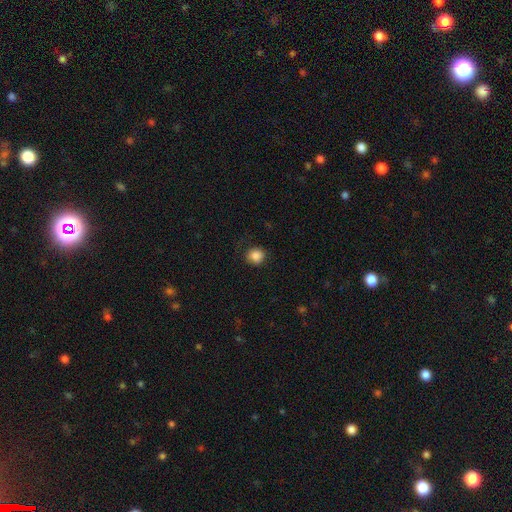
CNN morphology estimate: Overall: smooth (86%). How rounded: round (87%). Merging: none (83%).